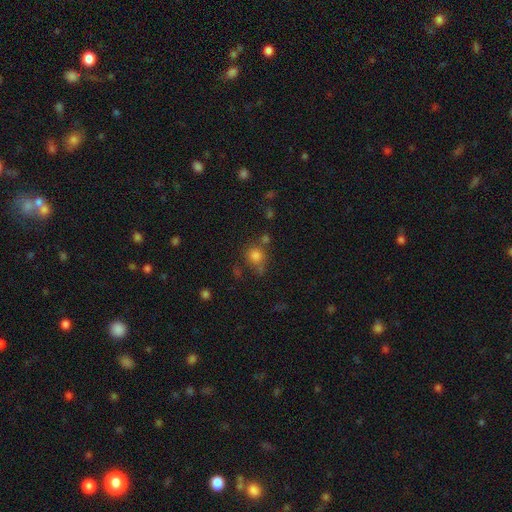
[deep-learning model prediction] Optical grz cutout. It shows a smooth galaxy with no disk features (78%) that is round (77%). Merging: none (53%).